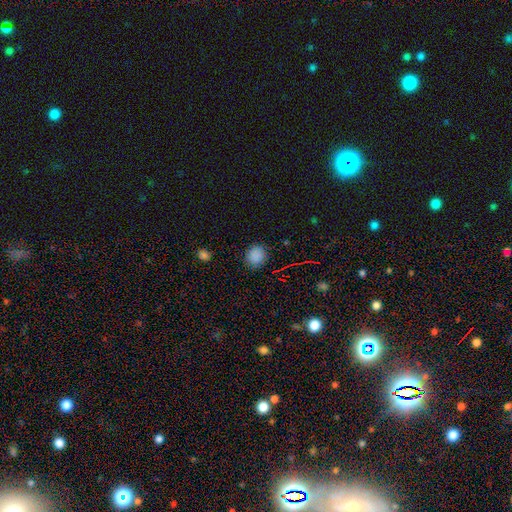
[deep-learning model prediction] smooth-or-featured: smooth: 81% | star or artifact: 15% | featured or disk: 5%
  how-rounded: round: 82% | in between: 17% | cigar-shaped: 1%
  merging: none: 85% | minor disturbance: 11% | major disturbance: 3% | merger: 1%